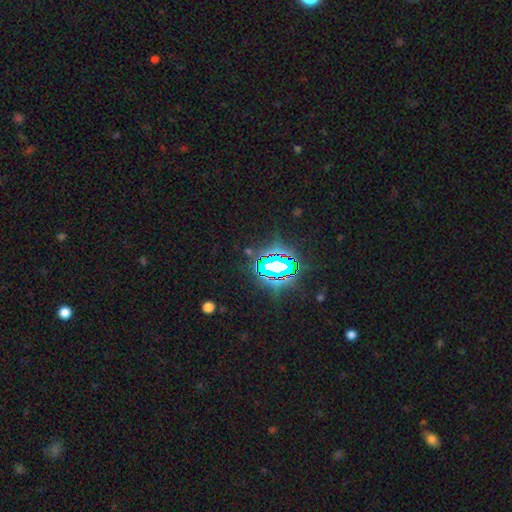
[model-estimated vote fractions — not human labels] Overall: star or artifact (82%).